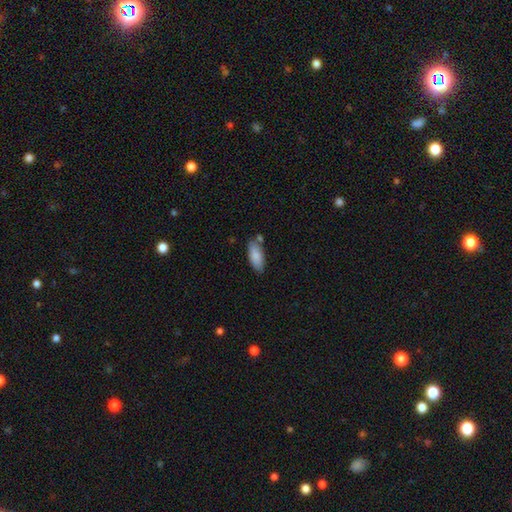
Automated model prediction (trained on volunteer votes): smooth 87%, featured or disk 7%, star or artifact 6%. Down the decision tree: how rounded — in between (82%); merging — none (73%).